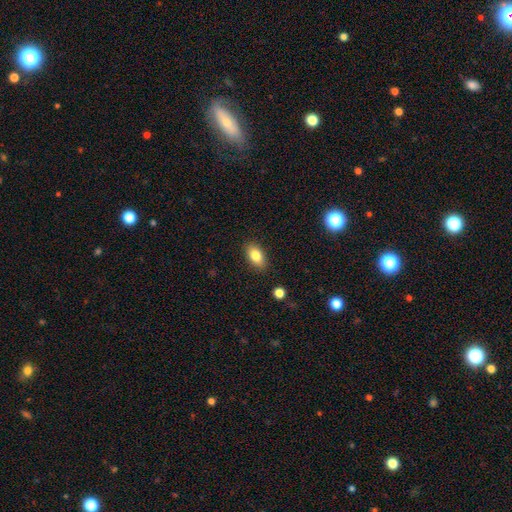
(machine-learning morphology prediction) smooth 83%, featured or disk 9%, star or artifact 8%. Down the decision tree: how rounded — in between (90%); merging — none (88%).